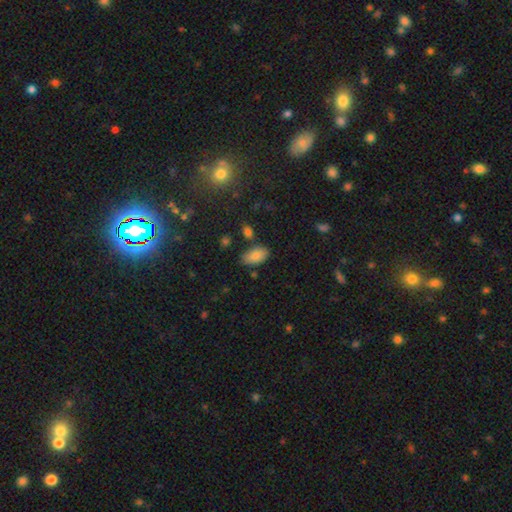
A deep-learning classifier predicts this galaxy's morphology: Overall: smooth (83%). How rounded: in between (94%). Merging: none (75%).